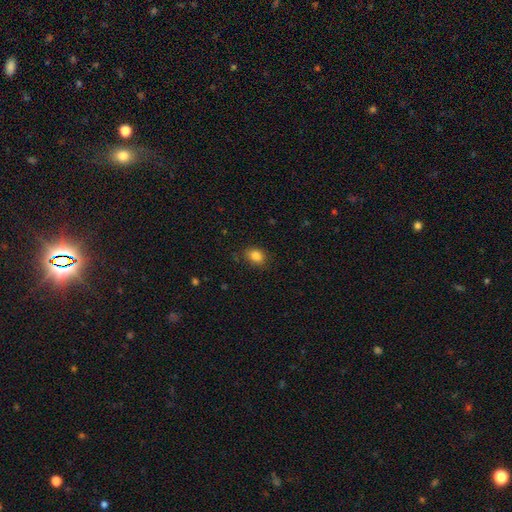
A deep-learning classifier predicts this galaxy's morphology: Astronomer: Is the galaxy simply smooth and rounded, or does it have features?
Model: smooth — 85%.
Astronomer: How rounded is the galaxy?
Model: in between — 59% (runner-up: round, 40%).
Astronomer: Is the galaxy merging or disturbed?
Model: none — 82%.